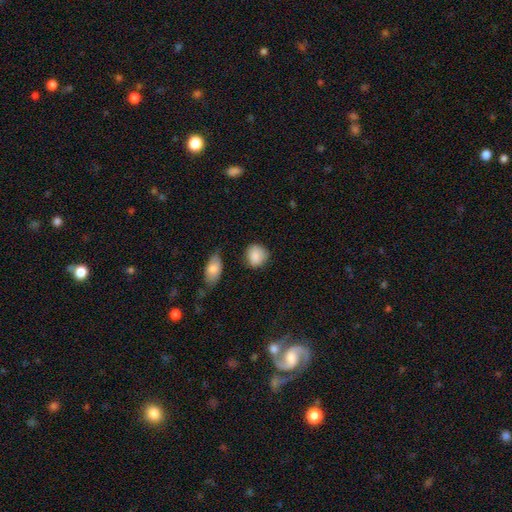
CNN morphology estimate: Smooth or featured? Predicted: smooth (p=0.88). How rounded? Predicted: round (p=0.73). Merging? Predicted: none (p=0.70).